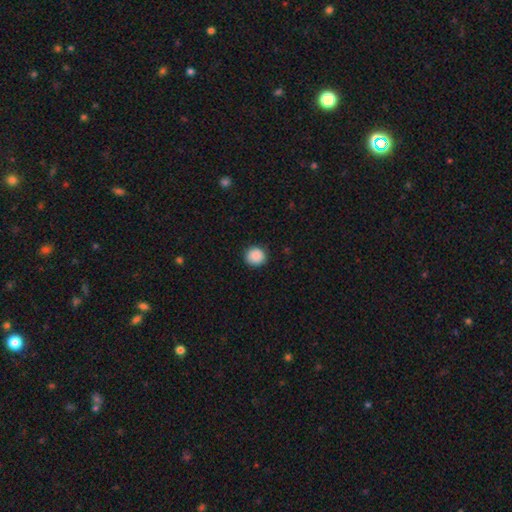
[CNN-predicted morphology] A smooth galaxy with no disk features (89%) that is round (90%). Merging: none (90%).